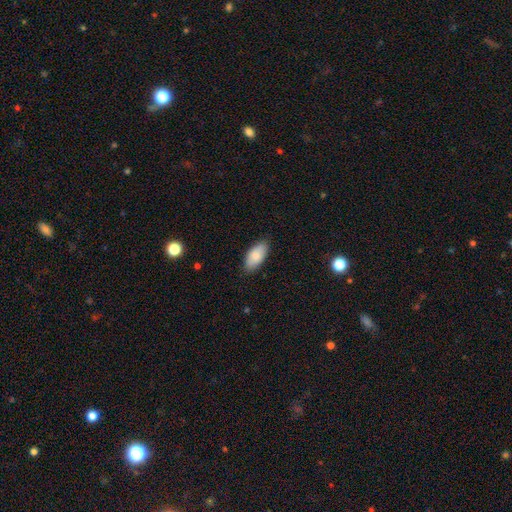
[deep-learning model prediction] Smooth or featured? Predicted: smooth (p=0.84). How rounded? Predicted: in between (p=0.92). Merging? Predicted: none (p=0.84).